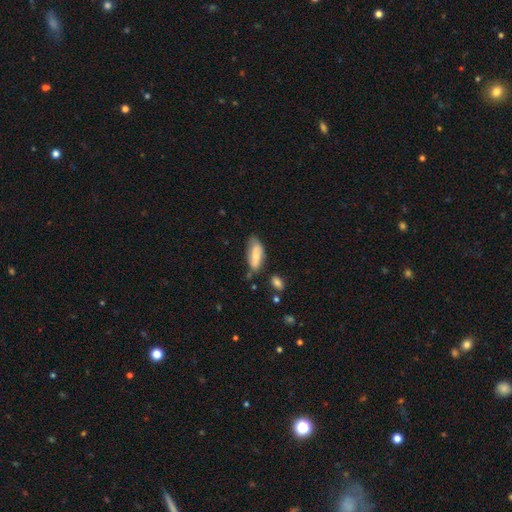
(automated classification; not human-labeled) Smooth or featured: smooth — 66% (featured or disk — 27%)
How rounded: in between — 81% (cigar-shaped — 17%)
Merging: none — 58% (minor disturbance — 30%)